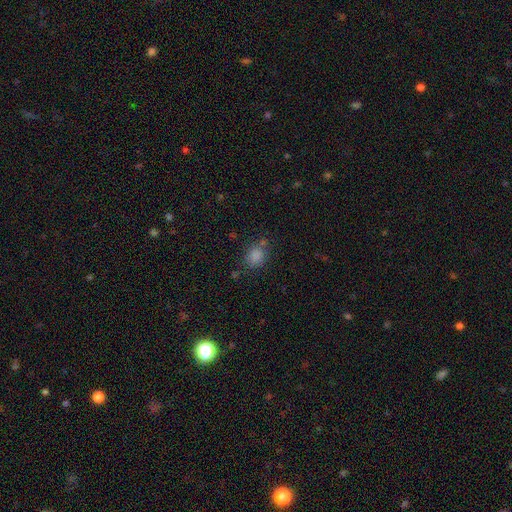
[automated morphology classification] Smooth or featured? smooth (83%)
How rounded? round (56%)
Merging? none (69%)